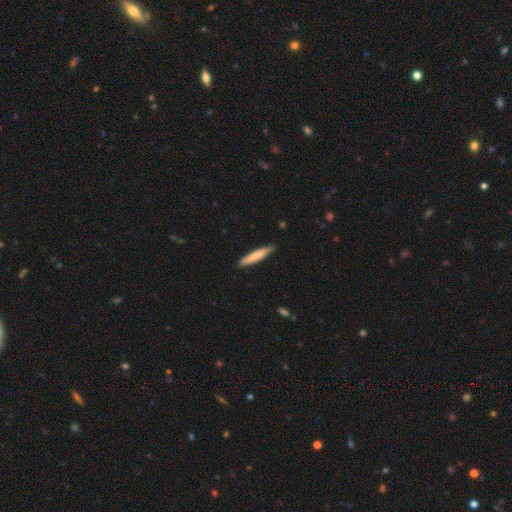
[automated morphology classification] smooth_or_featured: smooth (p=0.74) [alt: featured or disk p=0.20]
how_rounded: cigar-shaped (p=0.91) [alt: in between p=0.08]
merging: none (p=0.87) [alt: minor disturbance p=0.10]